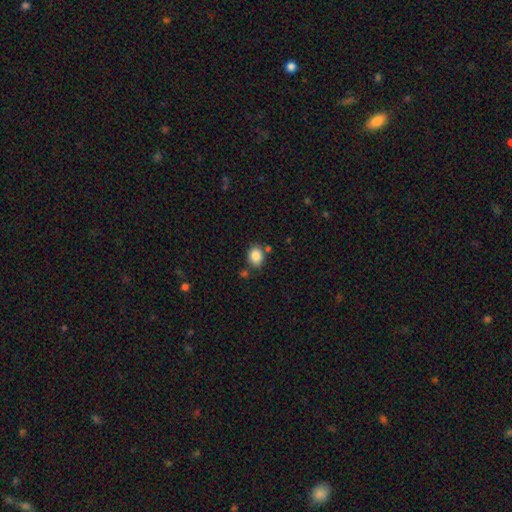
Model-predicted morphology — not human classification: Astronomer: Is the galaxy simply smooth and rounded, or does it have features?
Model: smooth — 86%.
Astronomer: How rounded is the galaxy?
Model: round — 53% (runner-up: in between, 46%).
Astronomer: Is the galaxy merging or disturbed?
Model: none — 74%.